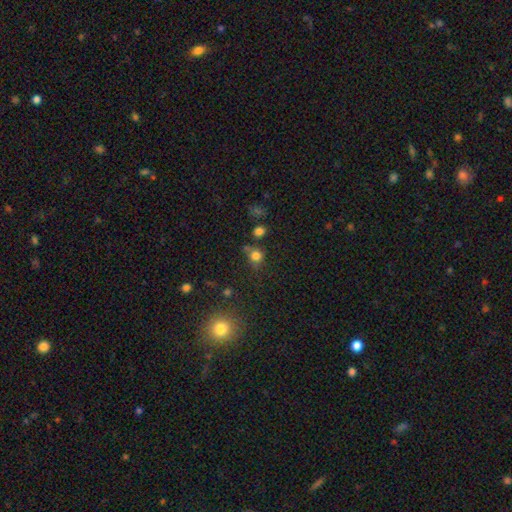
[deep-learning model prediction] Morphology: type=smooth (77%); roundness=round (80%); merging=none (58%).